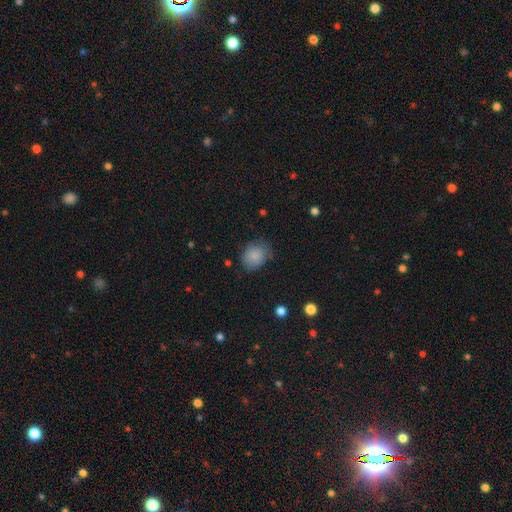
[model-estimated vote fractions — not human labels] Smooth or featured?
  - smooth: 85% *
  - star or artifact: 8%
  - featured or disk: 7%
How rounded?
  - round: 51% *
  - in between: 49%
  - cigar-shaped: 1%
Merging?
  - none: 67% *
  - minor disturbance: 25%
  - major disturbance: 7%
  - merger: 1%